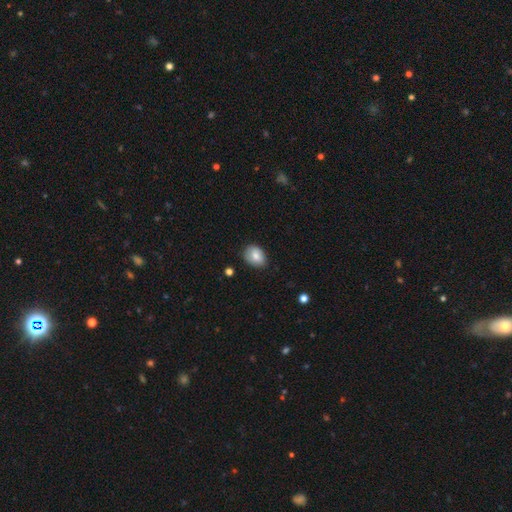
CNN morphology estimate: smooth_or_featured: smooth (p=0.80) [alt: featured or disk p=0.13]
how_rounded: in between (p=0.71) [alt: round p=0.28]
merging: none (p=0.77) [alt: minor disturbance p=0.18]